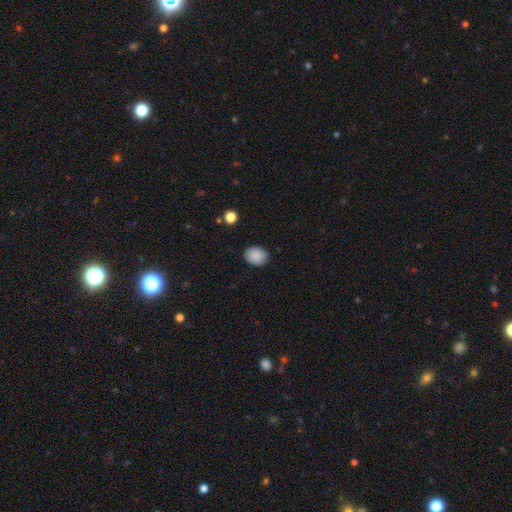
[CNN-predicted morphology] A smooth galaxy with no disk features (89%) that is in between round and cigar-shaped (58%).

Vote fractions:
- Smooth or featured? smooth: 89% / star or artifact: 8% / featured or disk: 3%
- How rounded? in between: 58% / round: 41% / cigar-shaped: 1%
- Merging? none: 85% / minor disturbance: 11% / major disturbance: 2% / merger: 1%